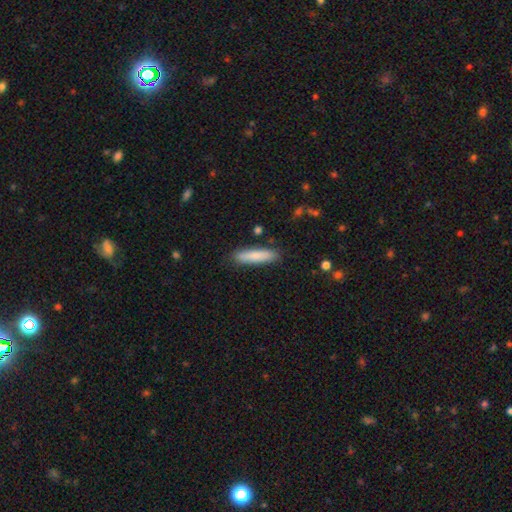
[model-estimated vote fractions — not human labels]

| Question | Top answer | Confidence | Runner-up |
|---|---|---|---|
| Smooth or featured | smooth | 82% | featured or disk (12%) |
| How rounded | cigar-shaped | 80% | in between (18%) |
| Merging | none | 87% | minor disturbance (9%) |